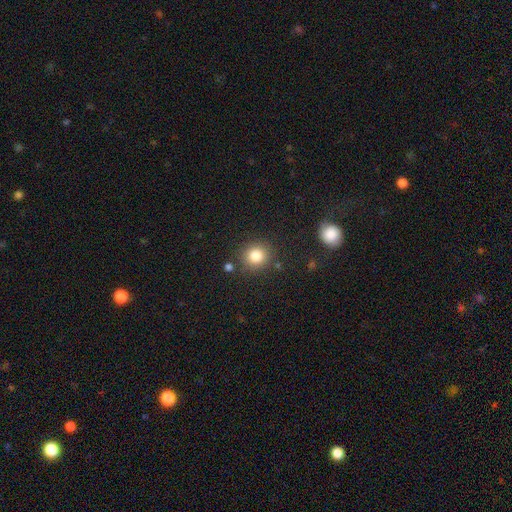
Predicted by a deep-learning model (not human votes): A smooth galaxy with no disk features (82%) that is round (88%).

Vote fractions:
- Smooth or featured? smooth: 82% / star or artifact: 11% / featured or disk: 6%
- How rounded? round: 88% / in between: 11% / cigar-shaped: 1%
- Merging? none: 84% / minor disturbance: 9% / merger: 4% / major disturbance: 3%